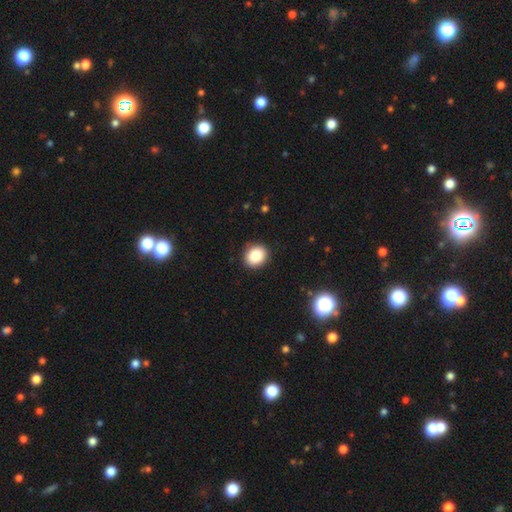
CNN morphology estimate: This appears to be a smooth galaxy with no disk features (85%) that is round (67%). Merging: none (90%).